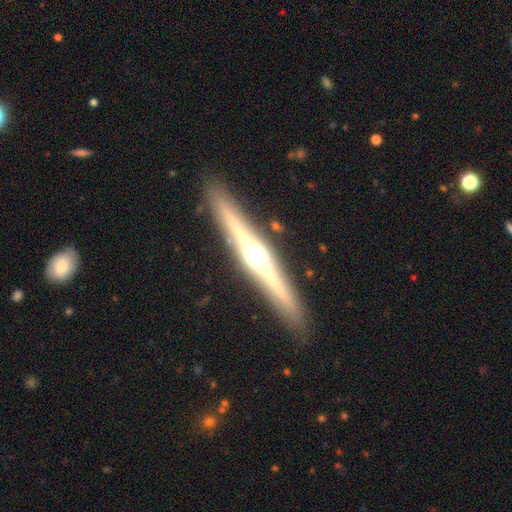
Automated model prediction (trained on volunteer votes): Smooth or featured: featured or disk — 83% (smooth — 12%)
Edge-on disk: yes — 98% (no — 2%)
Edge-on bulge: rounded — 87% (boxy — 9%)
Merging: none — 91% (minor disturbance — 6%)